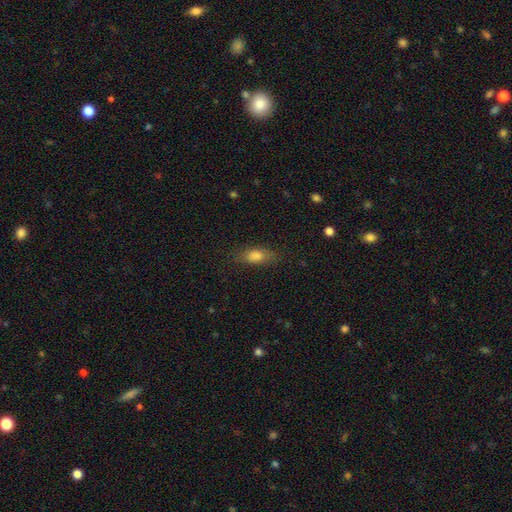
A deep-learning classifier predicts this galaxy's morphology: Smooth or featured? Predicted: smooth (p=0.75). How rounded? Predicted: in between (p=0.69). Merging? Predicted: none (p=0.79).